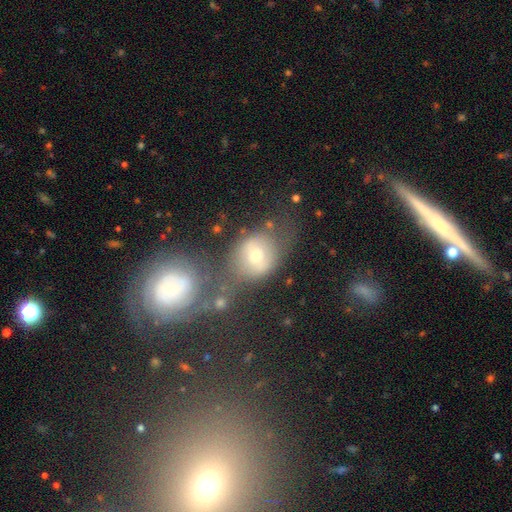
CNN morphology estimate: Q: Smooth or featured?
A: smooth (47%); runner-up: featured or disk (37%)
Q: Merging?
A: none (48%); runner-up: merger (23%)